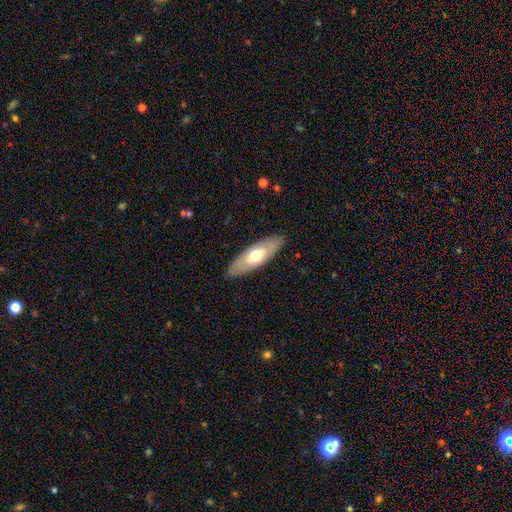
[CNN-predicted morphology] smooth-or-featured: smooth: 55% | featured or disk: 39% | star or artifact: 5%
  how-rounded: in between: 66% | cigar-shaped: 32% | round: 2%
  merging: none: 87% | minor disturbance: 10% | major disturbance: 2% | merger: 1%